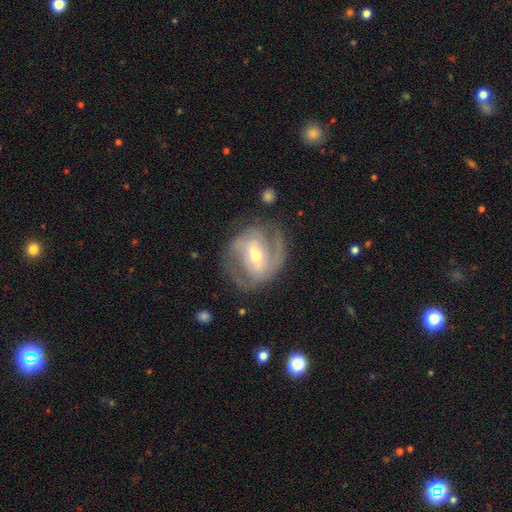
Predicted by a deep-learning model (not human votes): Smooth or featured? featured or disk (85%)
Edge-on disk? no (96%)
Bar? strong (47%)
Spiral arms? yes (92%)
Spiral winding? medium (45%)
Spiral arm count? 2 (72%)
Bulge size? moderate (50%)
Merging? none (74%)